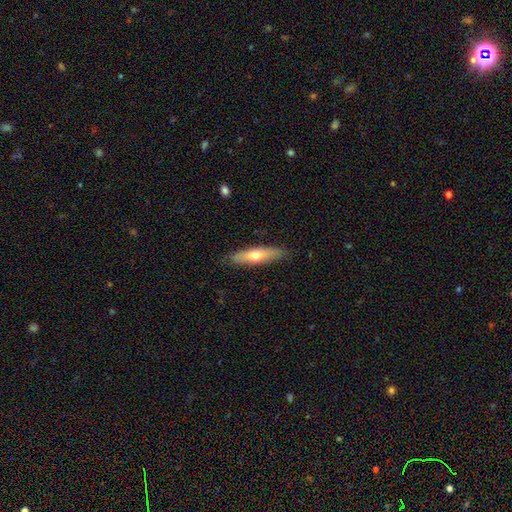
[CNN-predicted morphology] smooth_or_featured: smooth (p=0.59) [alt: featured or disk p=0.35]
how_rounded: cigar-shaped (p=0.71) [alt: in between p=0.27]
merging: none (p=0.86) [alt: minor disturbance p=0.11]